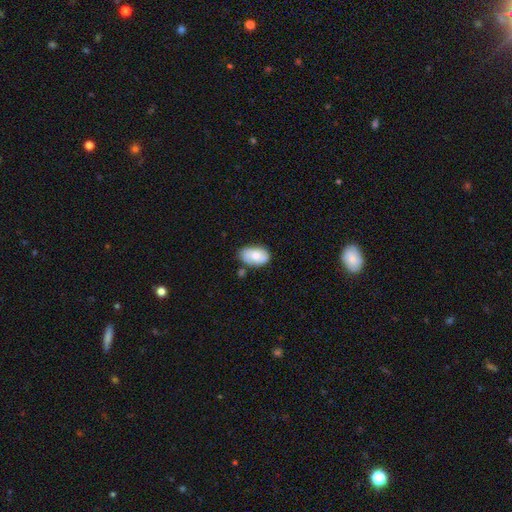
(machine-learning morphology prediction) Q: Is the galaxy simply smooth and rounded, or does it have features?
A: smooth — 65%.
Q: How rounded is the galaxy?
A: in between — 92%.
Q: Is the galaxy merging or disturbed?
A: none — 62%.